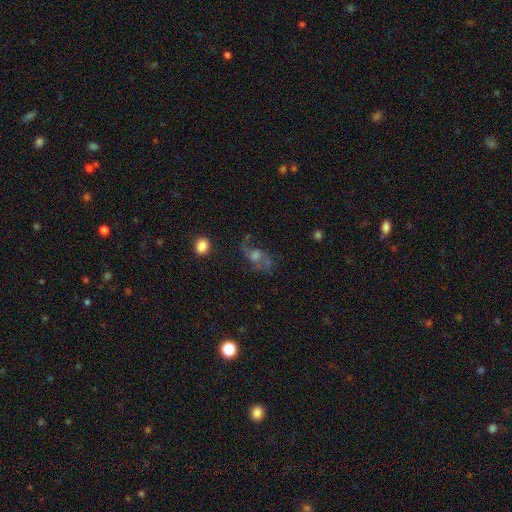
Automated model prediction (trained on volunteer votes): This appears to be a featured or disk galaxy (64%) with no bar (67%), 2 (80%) loose (59%) spiral arms (85%) and a moderate central bulge (48%). Merging: none (59%).